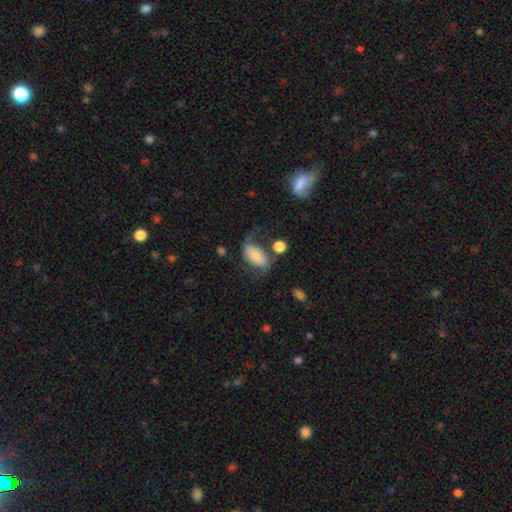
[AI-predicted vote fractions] Overall: featured or disk (46%, tied with smooth). Merging: none (41%; major disturbance 28%).